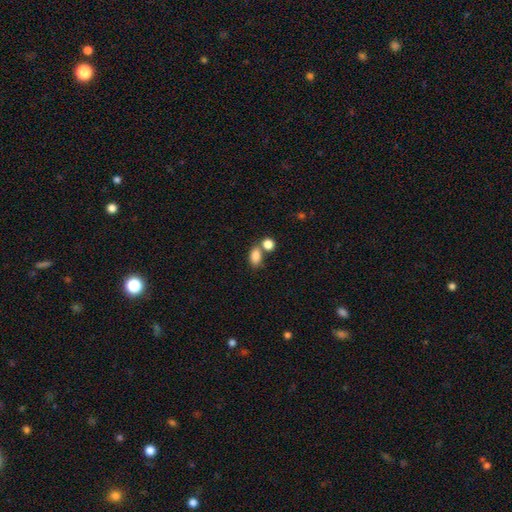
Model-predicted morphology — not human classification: Smooth or featured? smooth (84%)
How rounded? in between (84%)
Merging? none (49%)